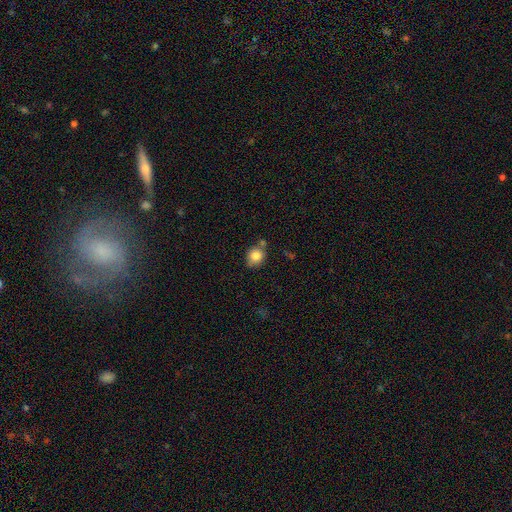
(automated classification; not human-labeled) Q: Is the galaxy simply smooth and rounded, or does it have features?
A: smooth — 83%.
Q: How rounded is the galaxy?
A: round — 72%.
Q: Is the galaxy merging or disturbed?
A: none — 67%.